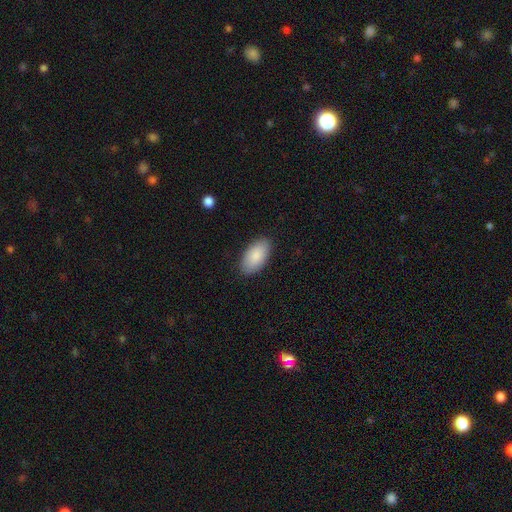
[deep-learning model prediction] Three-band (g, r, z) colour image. It shows a smooth galaxy with no disk features (88%) that is in between round and cigar-shaped (95%). Merging: none (87%).